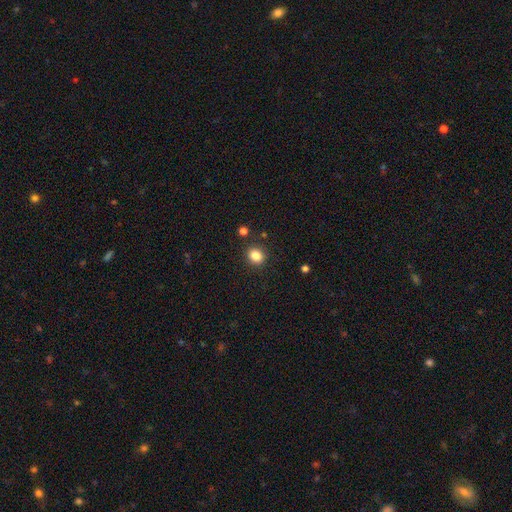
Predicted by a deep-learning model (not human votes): A smooth galaxy with no disk features (84%) that is round (71%). Merging: none (88%).